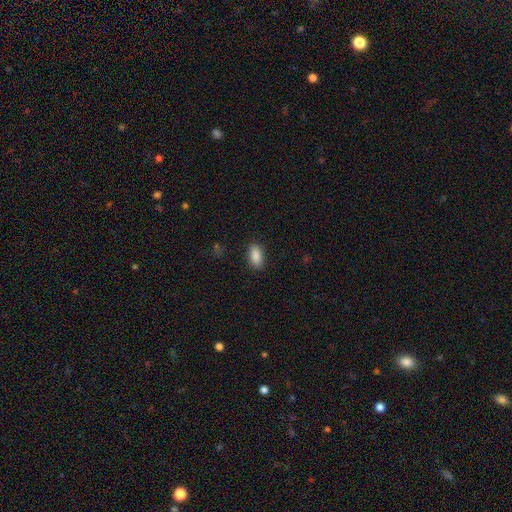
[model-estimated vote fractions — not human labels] smooth_or_featured: smooth (p=0.88) [alt: star or artifact p=0.08]
how_rounded: in between (p=0.92) [alt: round p=0.04]
merging: none (p=0.87) [alt: minor disturbance p=0.09]